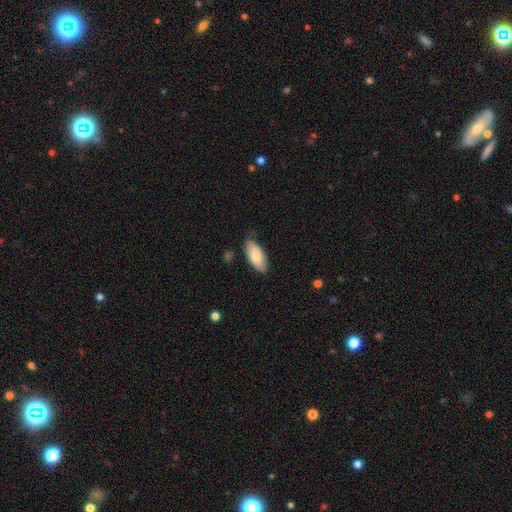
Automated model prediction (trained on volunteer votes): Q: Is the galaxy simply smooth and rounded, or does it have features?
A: smooth — 81%.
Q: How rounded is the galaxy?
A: in between — 90%.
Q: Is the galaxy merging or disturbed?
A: none — 80%.